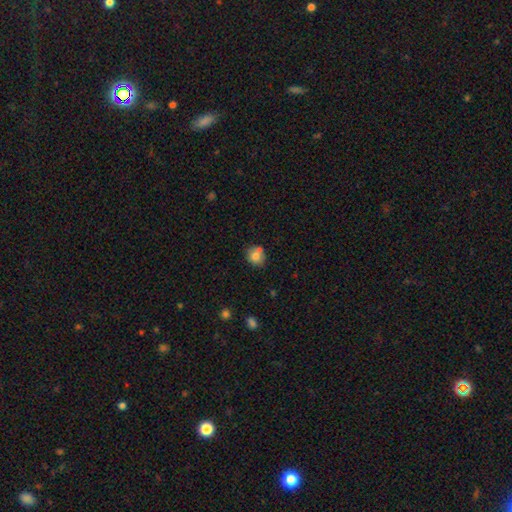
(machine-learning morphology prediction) Q: Smooth or featured?
A: smooth (78%); runner-up: featured or disk (12%)
Q: How rounded?
A: round (82%); runner-up: in between (17%)
Q: Merging?
A: none (66%); runner-up: merger (17%)